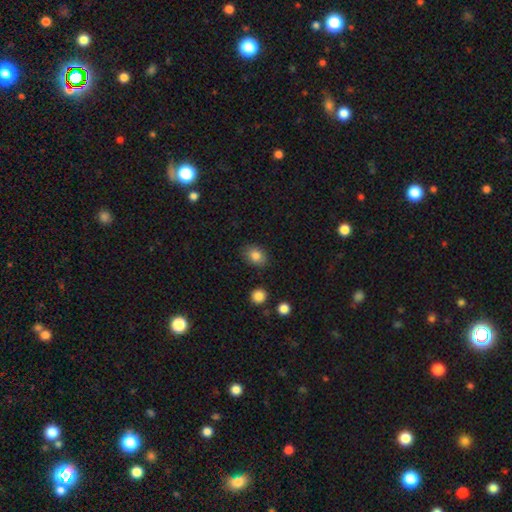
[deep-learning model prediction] Q: Smooth or featured?
A: smooth (83%); runner-up: star or artifact (9%)
Q: How rounded?
A: in between (70%); runner-up: round (29%)
Q: Merging?
A: none (85%); runner-up: minor disturbance (11%)